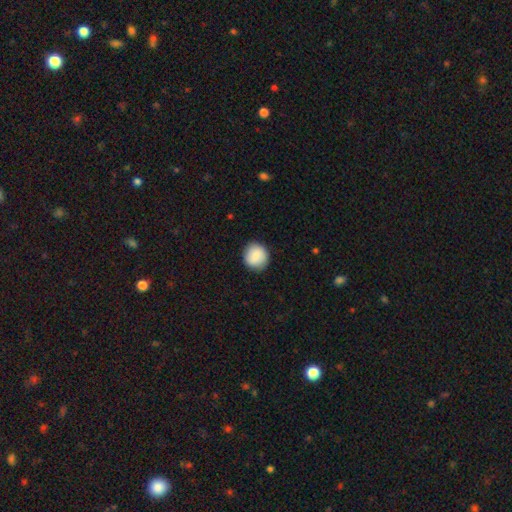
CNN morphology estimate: Smooth or featured?
  - smooth: 84% *
  - featured or disk: 9%
  - star or artifact: 7%
How rounded?
  - round: 91% *
  - in between: 8%
  - cigar-shaped: 1%
Merging?
  - none: 89% *
  - minor disturbance: 8%
  - major disturbance: 2%
  - merger: 1%